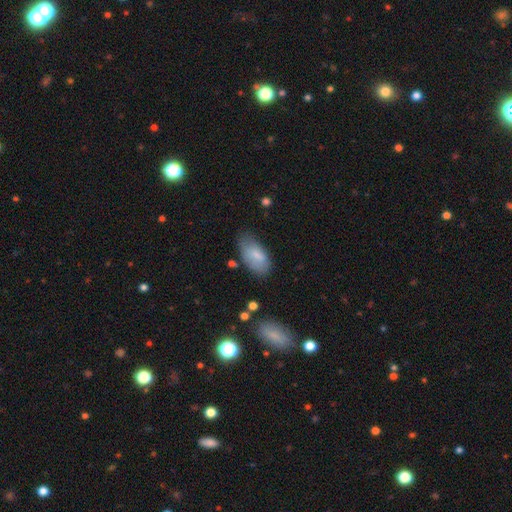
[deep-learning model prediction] A smooth galaxy with no disk features (78%) that is in between round and cigar-shaped (93%).

Vote fractions:
- Smooth or featured? smooth: 78% / featured or disk: 15% / star or artifact: 7%
- How rounded? in between: 93% / cigar-shaped: 5% / round: 3%
- Merging? none: 63% / minor disturbance: 26% / major disturbance: 7% / merger: 3%